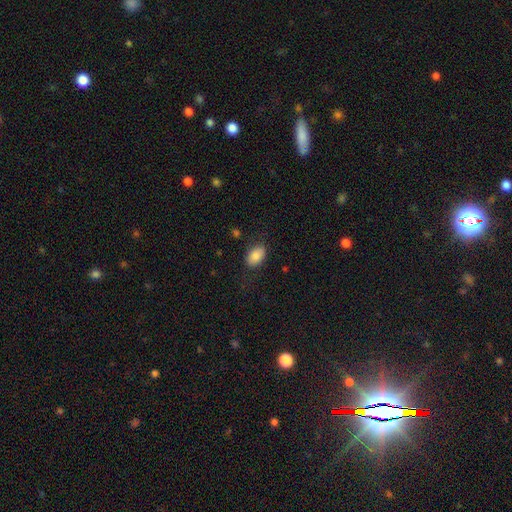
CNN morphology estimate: Q: Smooth or featured?
A: smooth (84%); runner-up: featured or disk (9%)
Q: How rounded?
A: in between (87%); runner-up: round (11%)
Q: Merging?
A: none (81%); runner-up: minor disturbance (14%)